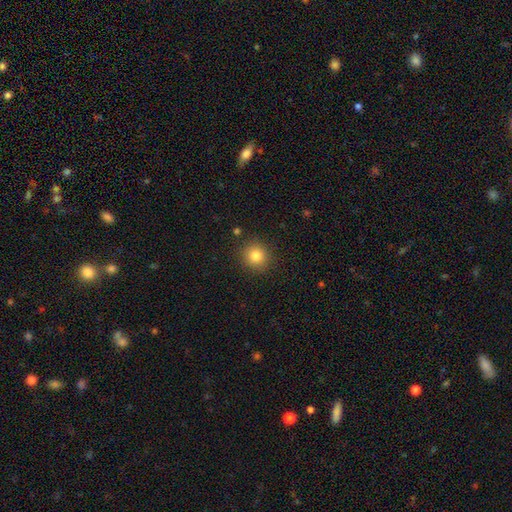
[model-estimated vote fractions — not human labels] Smooth or featured? smooth (83%)
How rounded? round (91%)
Merging? none (89%)